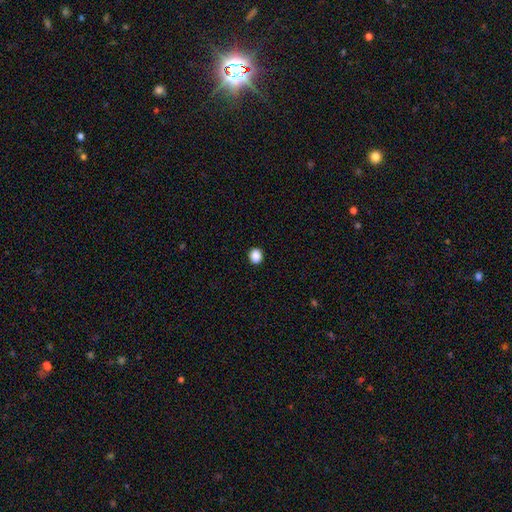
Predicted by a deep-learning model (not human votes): smooth_or_featured: smooth (p=0.88) [alt: star or artifact p=0.09]
how_rounded: round (p=0.78) [alt: in between p=0.21]
merging: none (p=0.93) [alt: minor disturbance p=0.05]